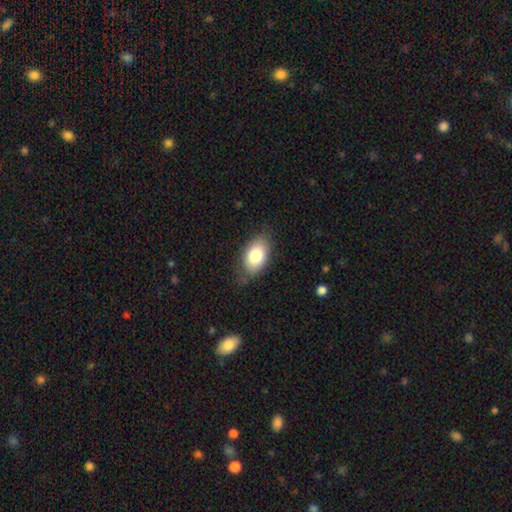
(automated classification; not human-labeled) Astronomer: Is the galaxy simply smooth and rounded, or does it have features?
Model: smooth — 79%.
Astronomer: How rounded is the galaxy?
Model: in between — 91%.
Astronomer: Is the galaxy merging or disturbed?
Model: none — 77%.